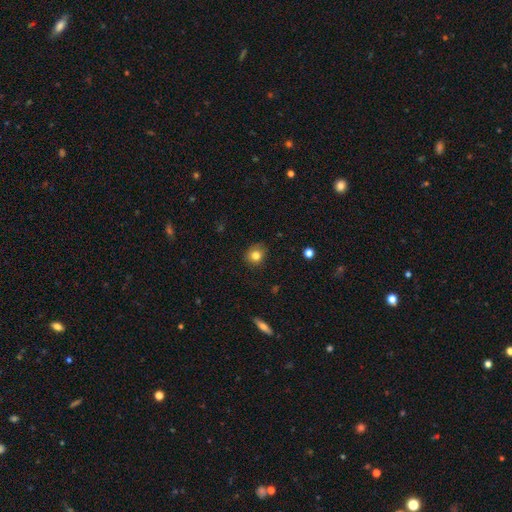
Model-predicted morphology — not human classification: Overall: smooth (80%). How rounded: round (75%). Merging: none (81%).